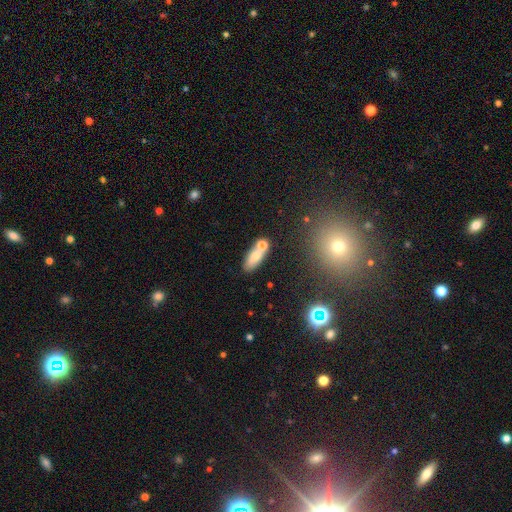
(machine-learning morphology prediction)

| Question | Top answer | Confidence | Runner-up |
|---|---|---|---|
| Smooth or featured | smooth | 70% | featured or disk (20%) |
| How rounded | in between | 71% | cigar-shaped (24%) |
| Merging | none | 47% | merger (35%) |